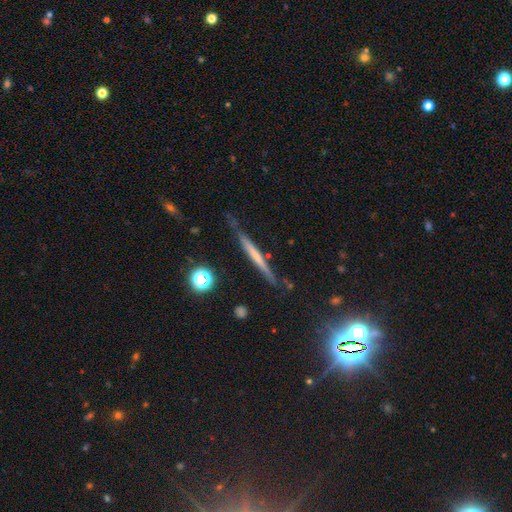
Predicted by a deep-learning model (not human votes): Smooth or featured? featured or disk (54%)
Edge-on disk? yes (95%)
Edge-on bulge? none (78%)
Merging? none (75%)